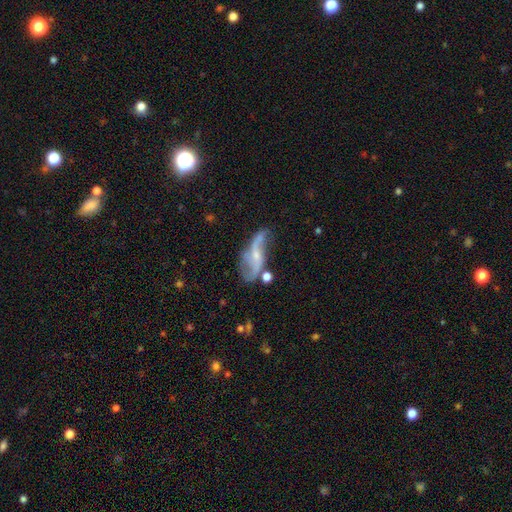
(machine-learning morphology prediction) Smooth or featured?
  - featured or disk: 77% *
  - smooth: 15%
  - star or artifact: 8%
Edge-on disk?
  - no: 91% *
  - yes: 9%
Bar?
  - no: 51% *
  - weak: 35%
  - strong: 14%
Spiral arms?
  - yes: 88% *
  - no: 12%
Spiral winding?
  - loose: 79% *
  - medium: 16%
  - tight: 5%
Spiral arm count?
  - 2: 83% *
  - can't tell: 7%
  - 1: 4%
  - 3: 3%
  - 4: 2%
  - more than 4: 1%
Bulge size?
  - small: 63% *
  - moderate: 25%
  - none: 10%
  - large: 2%
  - dominant: 1%
Merging?
  - none: 47% *
  - minor disturbance: 23%
  - major disturbance: 18%
  - merger: 12%